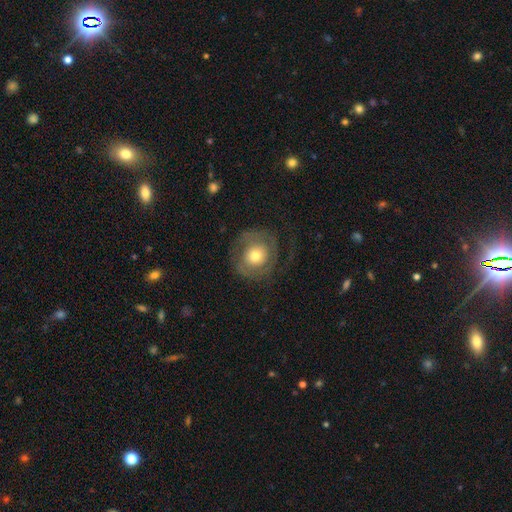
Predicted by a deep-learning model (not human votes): This is possibly a featured or disk galaxy (50%). It is clearly not viewed edge-on (96%). Merging: likely none (64%).